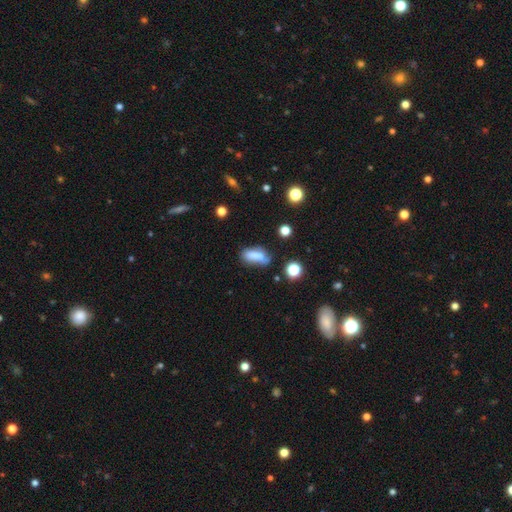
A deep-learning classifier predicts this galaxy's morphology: Smooth or featured: smooth — 73% (featured or disk — 16%)
How rounded: in between — 71% (cigar-shaped — 24%)
Merging: none — 46% (minor disturbance — 27%)